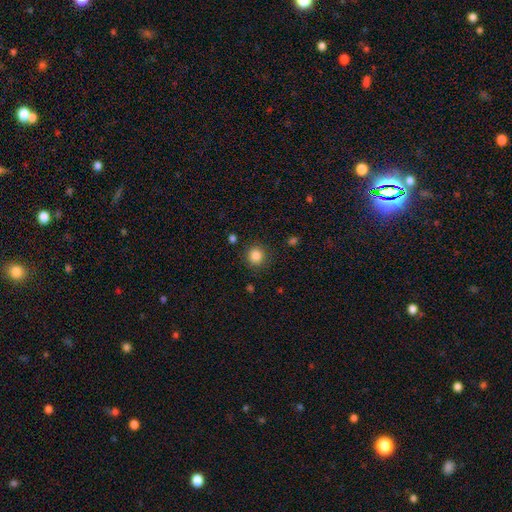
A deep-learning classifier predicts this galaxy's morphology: smooth_or_featured: smooth (p=0.85) [alt: star or artifact p=0.11]
how_rounded: round (p=0.91) [alt: in between p=0.08]
merging: none (p=0.88) [alt: minor disturbance p=0.08]